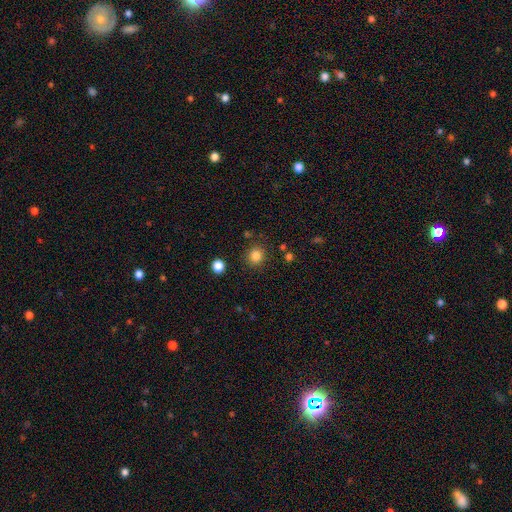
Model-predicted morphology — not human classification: A smooth galaxy with no disk features (84%) that is round (88%). Merging: none (87%).